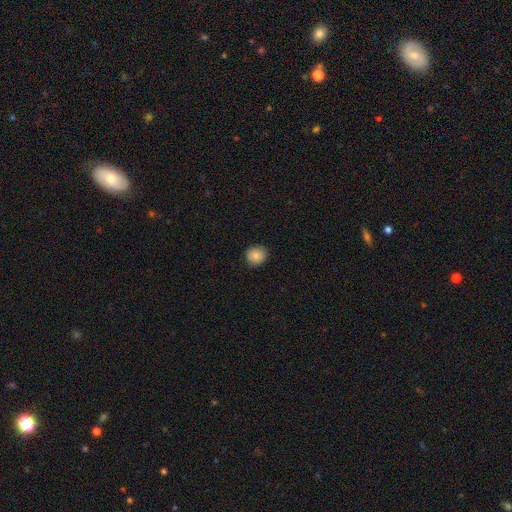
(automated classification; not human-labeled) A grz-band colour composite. It shows a smooth galaxy with no disk features (85%) that is round (85%). Merging: none (87%).